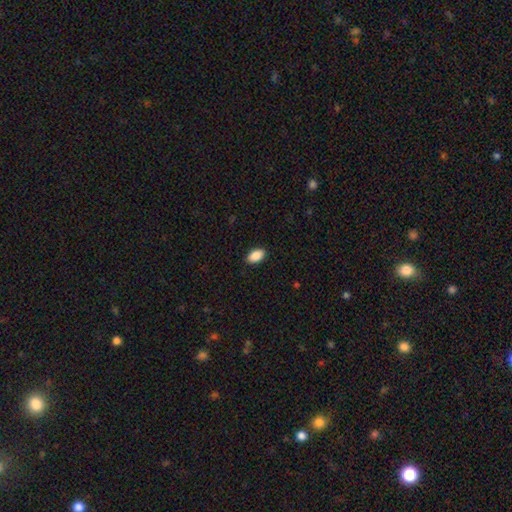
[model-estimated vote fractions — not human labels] A smooth galaxy with no disk features (89%) that is in between round and cigar-shaped (93%). Merging: none (89%).